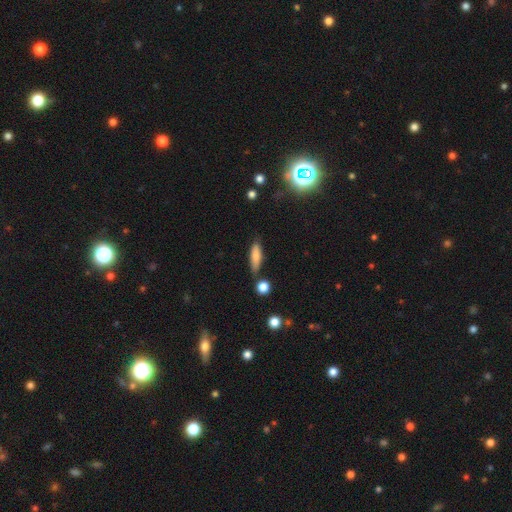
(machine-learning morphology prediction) This is likely a smooth galaxy (76%). How rounded: possibly cigar-shaped (57%). Merging: likely none (75%).